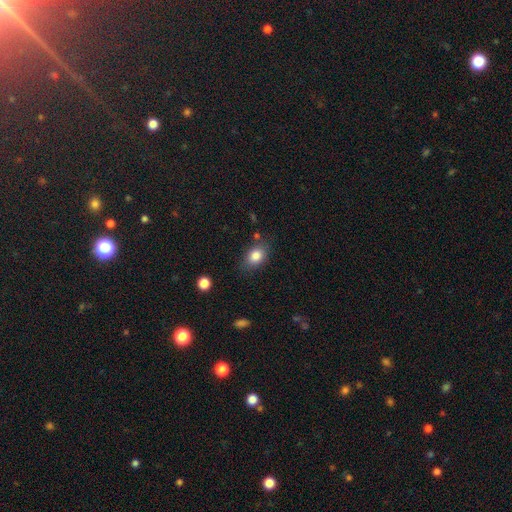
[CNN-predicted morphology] type=smooth (83%); roundness=in between (74%); merging=none (76%).